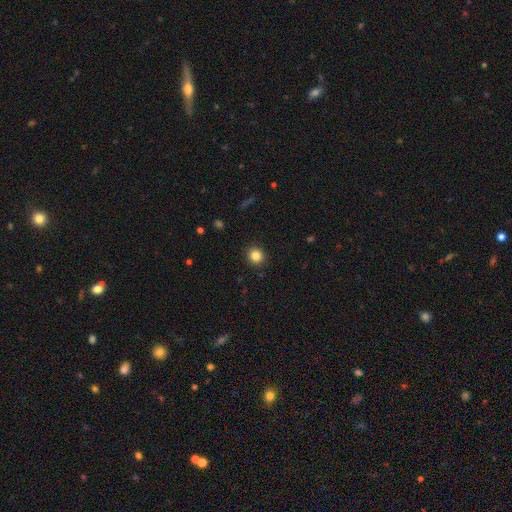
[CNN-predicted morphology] smooth-or-featured: smooth: 84% | star or artifact: 11% | featured or disk: 5%
  how-rounded: round: 89% | in between: 10% | cigar-shaped: 1%
  merging: none: 91% | minor disturbance: 6% | major disturbance: 2% | merger: 1%